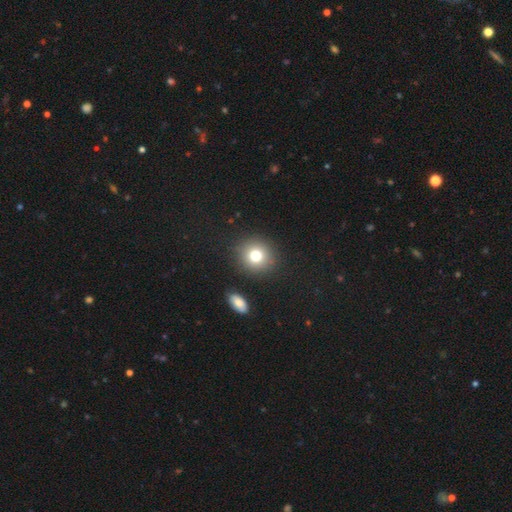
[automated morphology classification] smooth_or_featured: smooth (p=0.77) [alt: star or artifact p=0.13]
how_rounded: round (p=0.86) [alt: in between p=0.13]
merging: none (p=0.88) [alt: minor disturbance p=0.06]